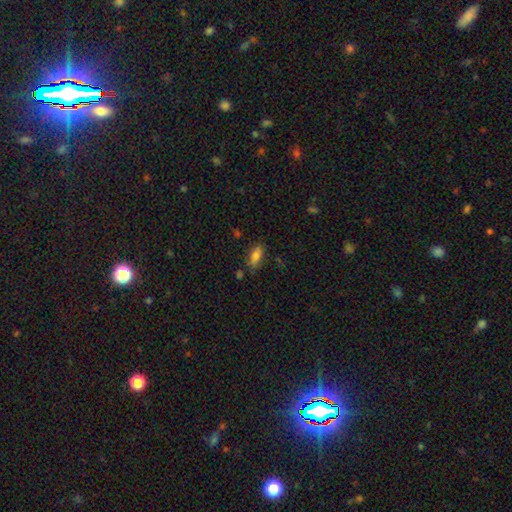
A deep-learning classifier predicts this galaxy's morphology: Smooth or featured: smooth — 79% (featured or disk — 12%)
How rounded: in between — 84% (cigar-shaped — 12%)
Merging: none — 71% (minor disturbance — 19%)